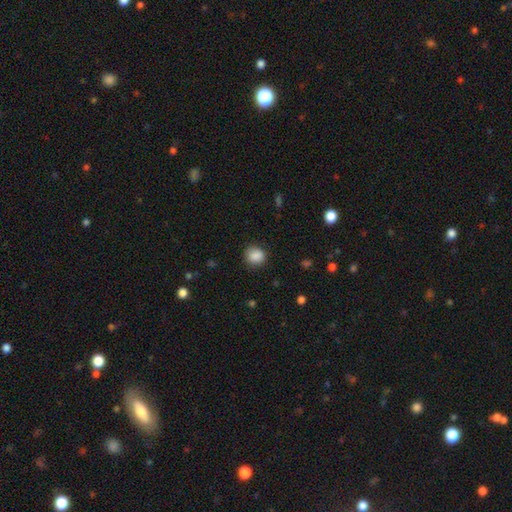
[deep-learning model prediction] smooth 87%, star or artifact 9%, featured or disk 4%. Down the decision tree: how rounded — round (79%); merging — none (84%).